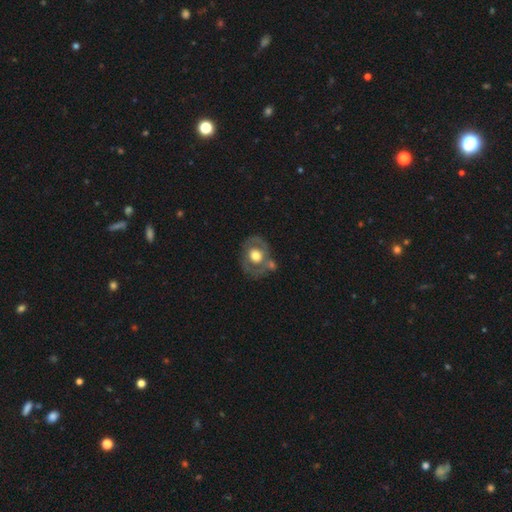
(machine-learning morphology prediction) Overall: featured or disk (52%; smooth 41%). Edge-on disk: no (94%). Merging: none (57%; minor disturbance 18%).